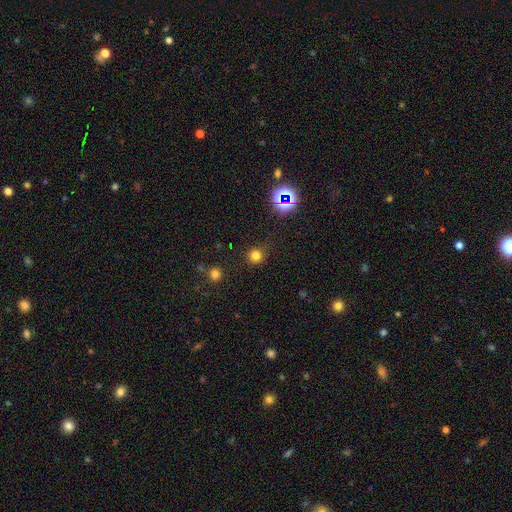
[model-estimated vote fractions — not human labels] smooth 75%, star or artifact 20%, featured or disk 5%. Down the decision tree: how rounded — round (94%); merging — none (87%).